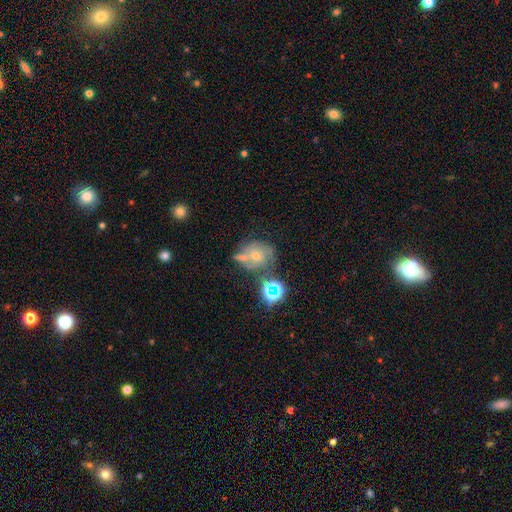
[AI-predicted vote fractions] Smooth or featured? featured or disk (49%)
Merging? none (49%)